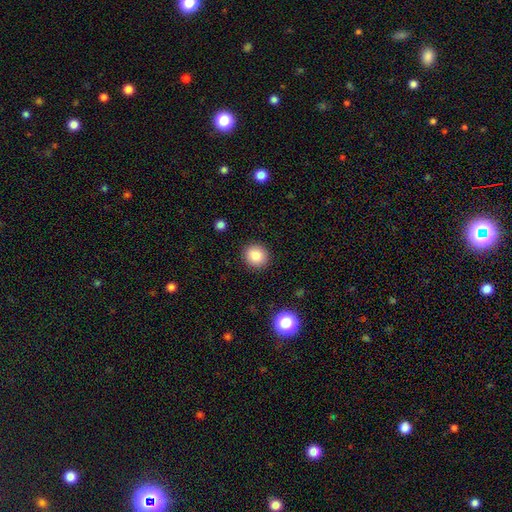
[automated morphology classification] Smooth or featured? Predicted: smooth (p=0.86). How rounded? Predicted: round (p=0.88). Merging? Predicted: none (p=0.91).